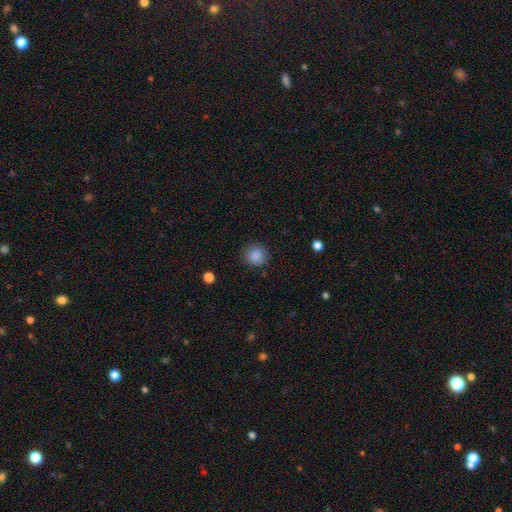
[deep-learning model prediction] smooth-or-featured: smooth: 87% | star or artifact: 9% | featured or disk: 4%
  how-rounded: round: 89% | in between: 10% | cigar-shaped: 1%
  merging: none: 86% | minor disturbance: 10% | major disturbance: 3% | merger: 1%